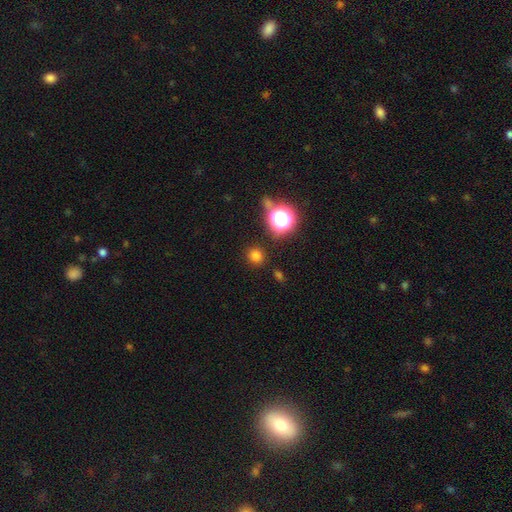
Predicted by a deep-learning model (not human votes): Smooth or featured?
  - smooth: 74% *
  - star or artifact: 21%
  - featured or disk: 5%
How rounded?
  - round: 90% *
  - in between: 9%
  - cigar-shaped: 1%
Merging?
  - none: 88% *
  - minor disturbance: 7%
  - major disturbance: 3%
  - merger: 3%